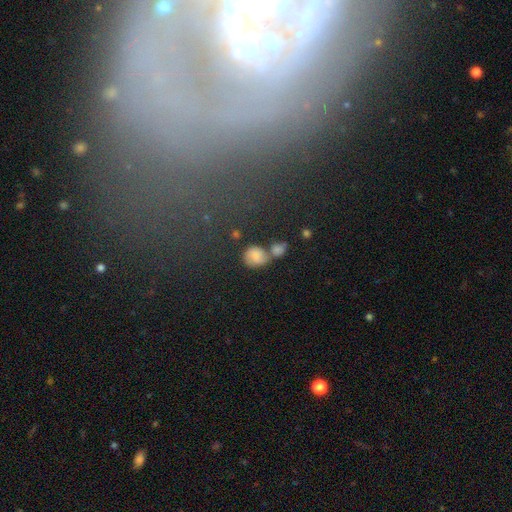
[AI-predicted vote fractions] The model was most divided on "merging": merger: 46%, none: 32%, minor disturbance: 13%, major disturbance: 9%. More confident: smooth or featured — smooth (67%); how rounded — round (66%).